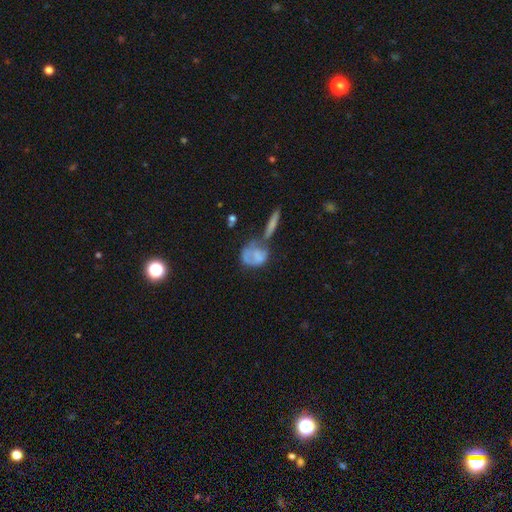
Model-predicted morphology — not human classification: Smooth or featured? smooth (58%)
How rounded? in between (51%)
Merging? merger (29%)